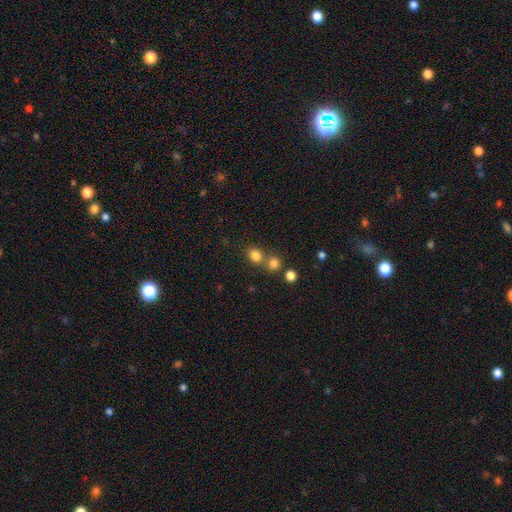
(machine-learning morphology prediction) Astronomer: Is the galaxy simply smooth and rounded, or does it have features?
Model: smooth — 80%.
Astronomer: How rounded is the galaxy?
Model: round — 66%.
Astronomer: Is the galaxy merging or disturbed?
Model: none — 56% (runner-up: merger, 33%).